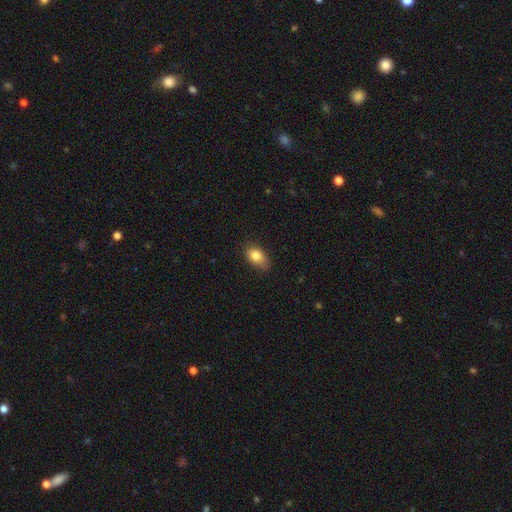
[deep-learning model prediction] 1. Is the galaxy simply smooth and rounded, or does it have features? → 83% smooth, 9% featured or disk, 8% star or artifact.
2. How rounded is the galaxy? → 85% in between, 13% round, 2% cigar-shaped.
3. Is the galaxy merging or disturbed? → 70% none, 24% minor disturbance, 5% major disturbance, 1% merger.